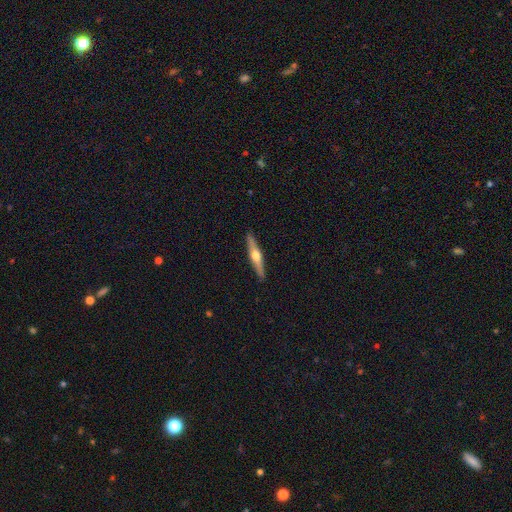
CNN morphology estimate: A featured or disk galaxy (68%) viewed edge-on (97%) with a rounded central bulge (94%). Merging: none (91%).